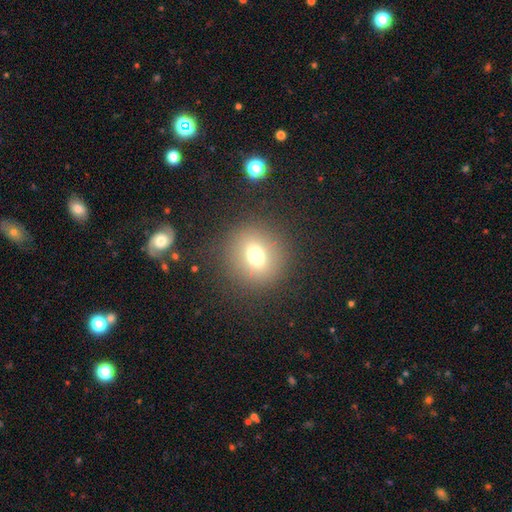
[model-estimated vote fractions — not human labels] Smooth or featured?
  - smooth: 68% *
  - star or artifact: 18%
  - featured or disk: 14%
How rounded?
  - round: 82% *
  - in between: 17%
  - cigar-shaped: 1%
Merging?
  - none: 86% *
  - minor disturbance: 7%
  - major disturbance: 5%
  - merger: 1%